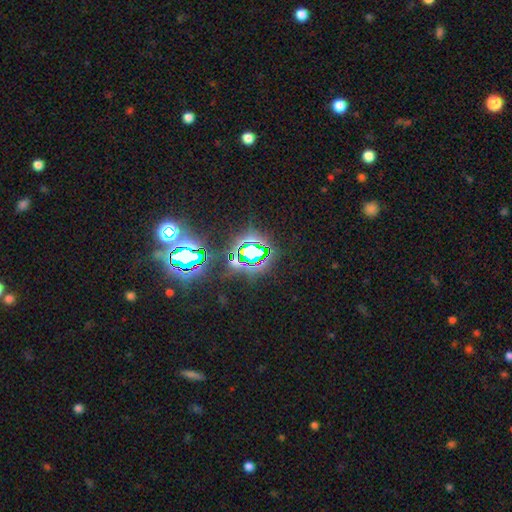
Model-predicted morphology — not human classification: The model was most divided on "smooth or featured": star or artifact: 79%, smooth: 12%, featured or disk: 9%.